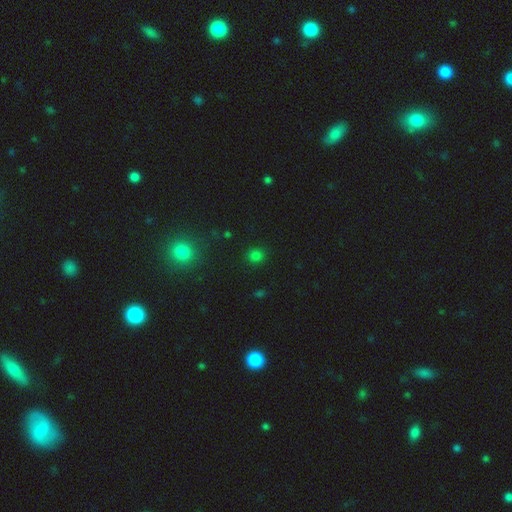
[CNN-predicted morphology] Smooth or featured? Predicted: smooth (p=0.77). How rounded? Predicted: round (p=0.81). Merging? Predicted: none (p=0.88).